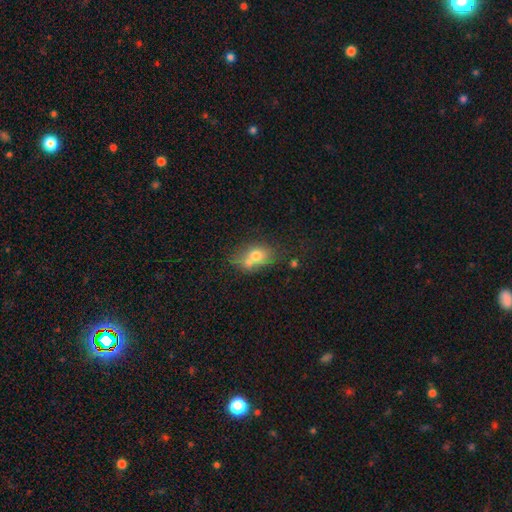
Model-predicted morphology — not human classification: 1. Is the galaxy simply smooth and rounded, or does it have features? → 69% smooth, 20% featured or disk, 11% star or artifact.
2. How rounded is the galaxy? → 61% in between, 38% round, 2% cigar-shaped.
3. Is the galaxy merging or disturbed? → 47% merger, 33% none, 14% minor disturbance, 6% major disturbance.